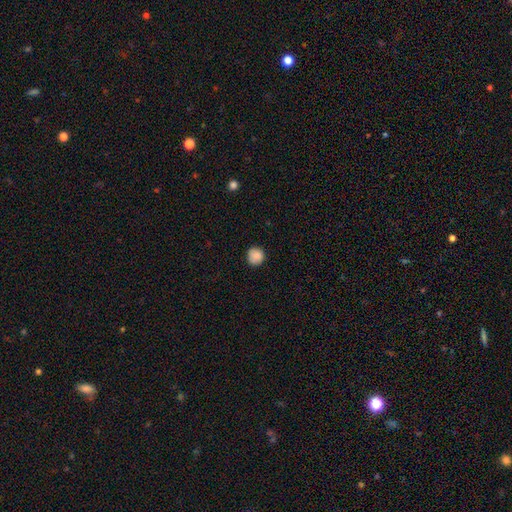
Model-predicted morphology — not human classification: A smooth galaxy with no disk features (88%) that is round (91%).

Vote fractions:
- Smooth or featured? smooth: 88% / star or artifact: 9% / featured or disk: 4%
- How rounded? round: 91% / in between: 8% / cigar-shaped: 1%
- Merging? none: 86% / minor disturbance: 11% / major disturbance: 2% / merger: 1%